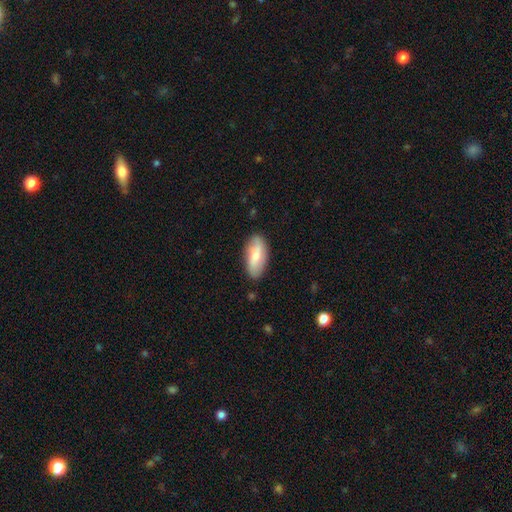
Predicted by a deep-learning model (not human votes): Morphology: type=smooth (65%); roundness=in between (89%); merging=none (84%).